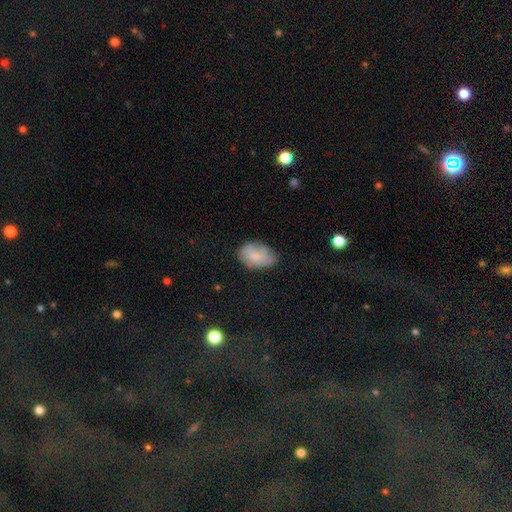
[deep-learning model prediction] Overall: smooth (71%). How rounded: in between (84%). Merging: none (53%; minor disturbance 33%).